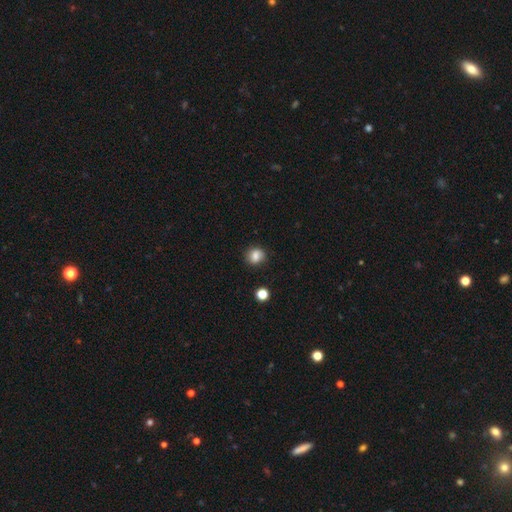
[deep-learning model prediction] smooth-or-featured: smooth: 81% | star or artifact: 11% | featured or disk: 8%
  how-rounded: round: 71% | in between: 28% | cigar-shaped: 1%
  merging: none: 78% | minor disturbance: 15% | major disturbance: 4% | merger: 3%